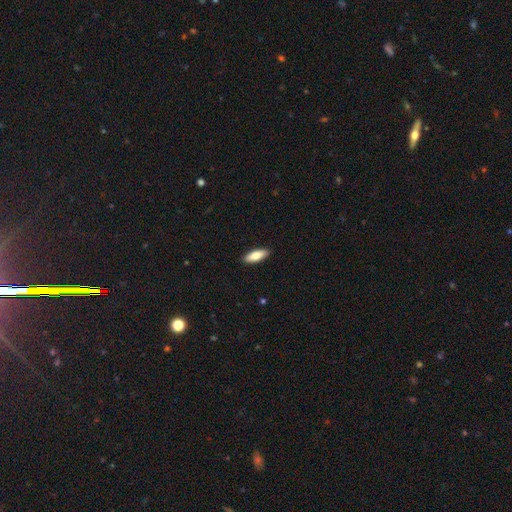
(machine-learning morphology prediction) This appears to be a smooth galaxy with no disk features (77%) that is in between round and cigar-shaped (64%). Merging: none (91%).